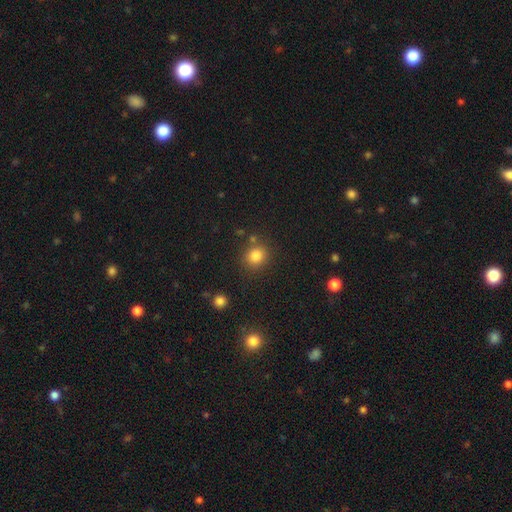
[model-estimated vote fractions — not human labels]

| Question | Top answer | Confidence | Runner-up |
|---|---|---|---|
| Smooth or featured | smooth | 82% | star or artifact (13%) |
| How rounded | round | 82% | in between (17%) |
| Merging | none | 80% | minor disturbance (10%) |